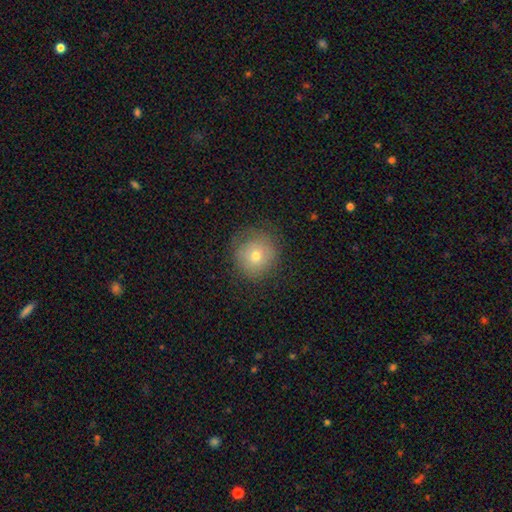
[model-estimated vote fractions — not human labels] Q: Smooth or featured?
A: smooth (70%); runner-up: featured or disk (18%)
Q: How rounded?
A: round (91%); runner-up: in between (8%)
Q: Merging?
A: none (78%); runner-up: minor disturbance (15%)